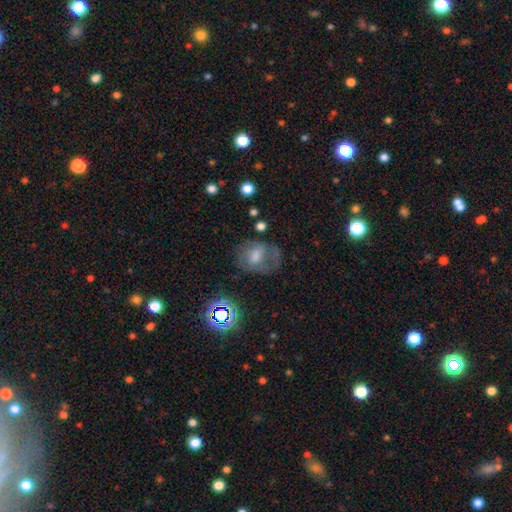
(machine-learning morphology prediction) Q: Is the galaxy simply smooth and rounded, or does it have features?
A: smooth — 48%.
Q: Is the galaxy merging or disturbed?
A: none — 54%.